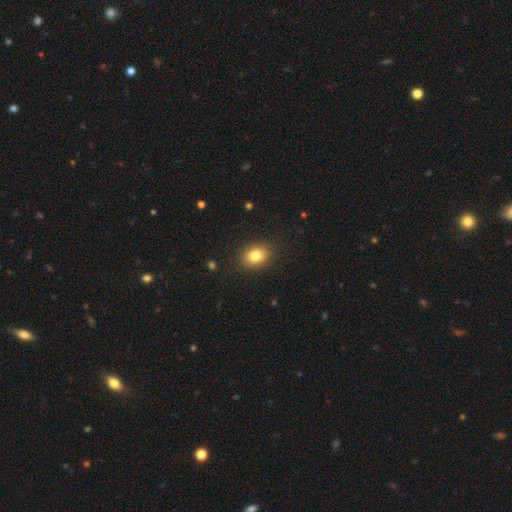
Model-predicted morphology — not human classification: This appears to be a smooth galaxy with no disk features (82%) that is in between round and cigar-shaped (64%). Merging: none (89%).